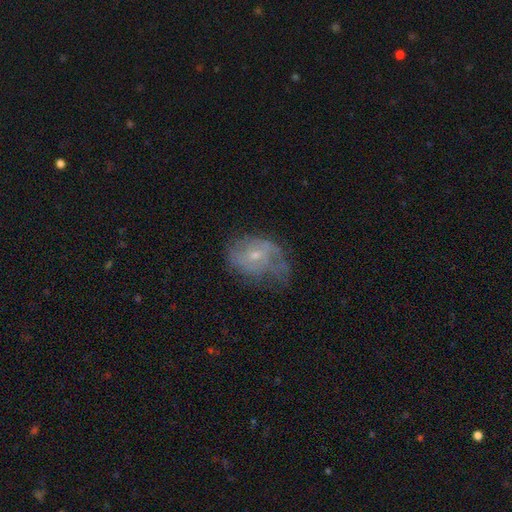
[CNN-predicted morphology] This appears to be a featured or disk galaxy (61%) with no bar (64%), spiral arms (65%) and a small central bulge (66%). Merging: none (40%).